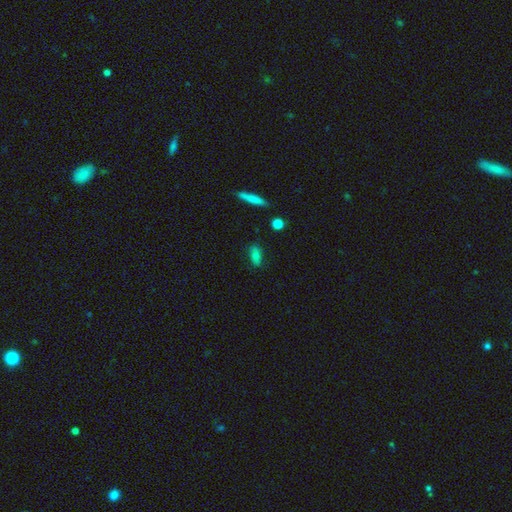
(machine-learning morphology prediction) This appears to be a smooth galaxy with no disk features (73%) that is in between round and cigar-shaped (72%). Merging: none (78%).